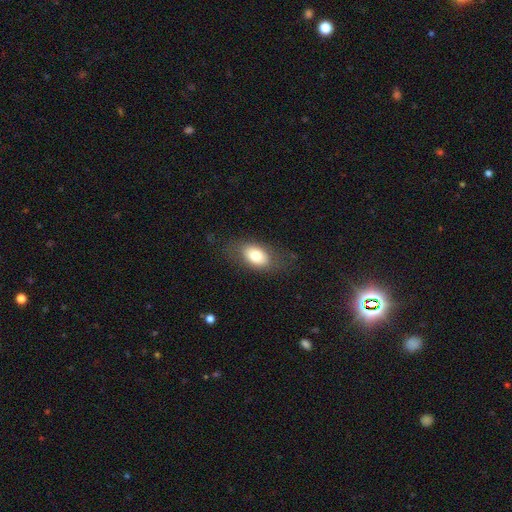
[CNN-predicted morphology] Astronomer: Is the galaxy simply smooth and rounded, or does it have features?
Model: smooth — 75%.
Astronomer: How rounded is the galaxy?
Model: in between — 88%.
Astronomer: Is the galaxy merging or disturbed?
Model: none — 76%.